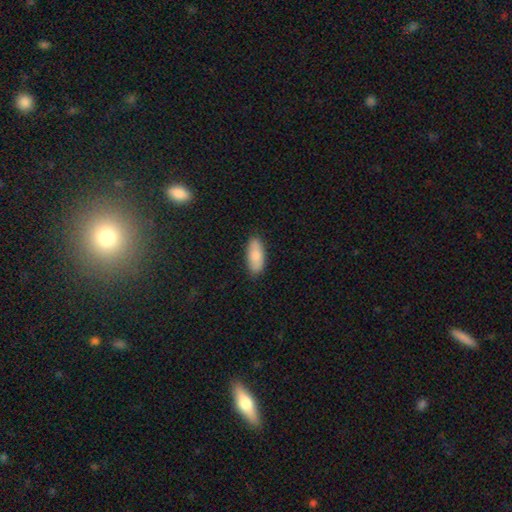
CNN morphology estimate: A smooth galaxy with no disk features (79%) that is in between round and cigar-shaped (85%).

Vote fractions:
- Smooth or featured? smooth: 79% / featured or disk: 15% / star or artifact: 6%
- How rounded? in between: 85% / cigar-shaped: 13% / round: 2%
- Merging? none: 86% / minor disturbance: 11% / major disturbance: 2% / merger: 1%